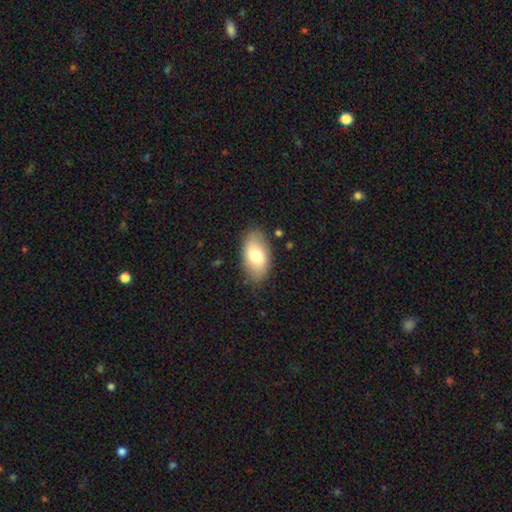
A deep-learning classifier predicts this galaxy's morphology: Q: Smooth or featured?
A: smooth (73%); runner-up: featured or disk (21%)
Q: How rounded?
A: in between (94%); runner-up: round (4%)
Q: Merging?
A: none (82%); runner-up: minor disturbance (13%)